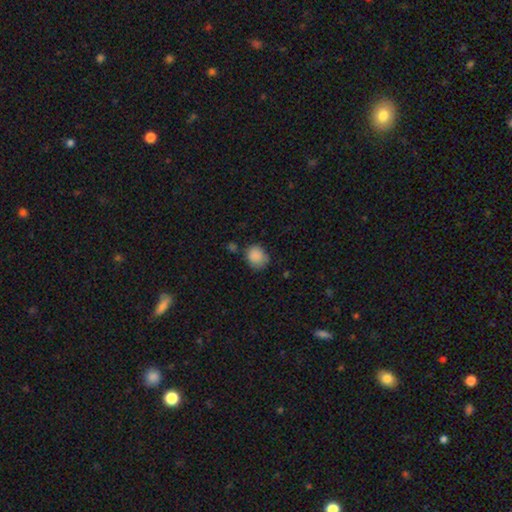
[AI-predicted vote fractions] This is clearly a smooth galaxy (87%). How rounded: likely round (70%). Merging: likely none (66%).